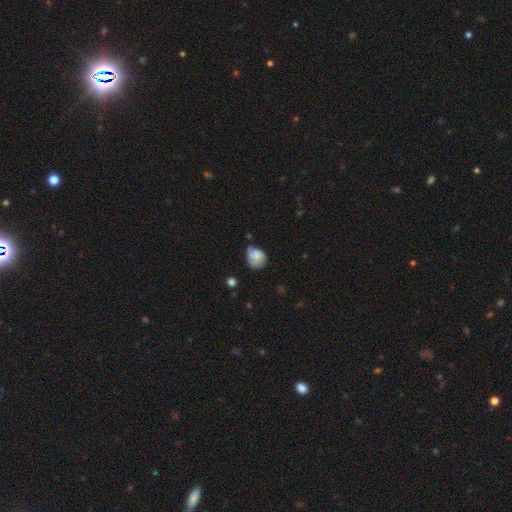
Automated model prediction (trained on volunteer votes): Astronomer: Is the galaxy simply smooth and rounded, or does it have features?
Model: smooth — 63%.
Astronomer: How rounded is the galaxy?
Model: round — 52% (runner-up: in between, 47%).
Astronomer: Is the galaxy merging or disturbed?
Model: none — 42% (runner-up: minor disturbance, 34%).